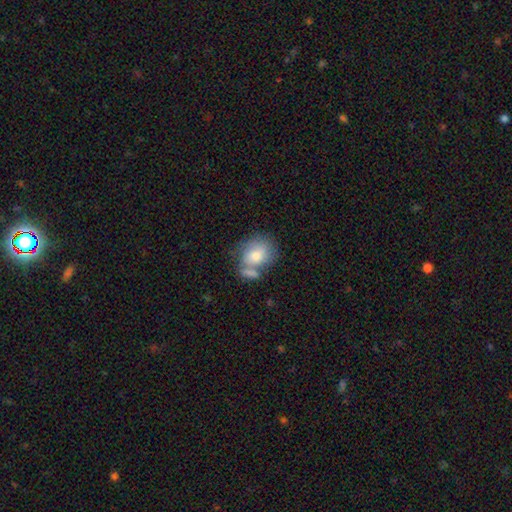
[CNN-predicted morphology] A smooth galaxy with no disk features (74%) that is round (52%).

Vote fractions:
- Smooth or featured? smooth: 74% / featured or disk: 19% / star or artifact: 8%
- How rounded? round: 52% / in between: 47% / cigar-shaped: 1%
- Merging? none: 42% / merger: 33% / minor disturbance: 17% / major disturbance: 8%